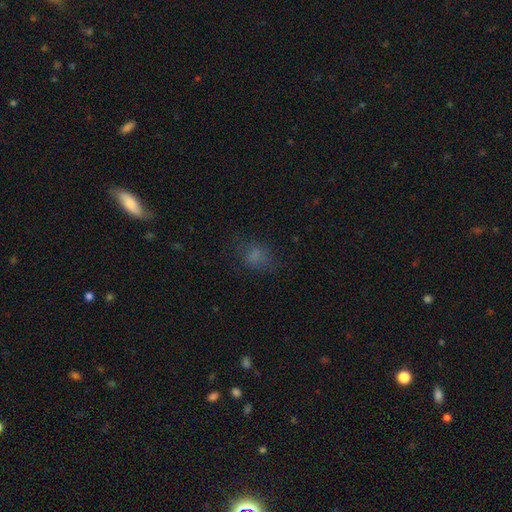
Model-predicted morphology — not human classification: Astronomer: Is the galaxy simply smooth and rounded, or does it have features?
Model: smooth — 70%.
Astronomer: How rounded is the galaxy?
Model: in between — 51% (runner-up: round, 47%).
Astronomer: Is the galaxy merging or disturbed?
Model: none — 63%.